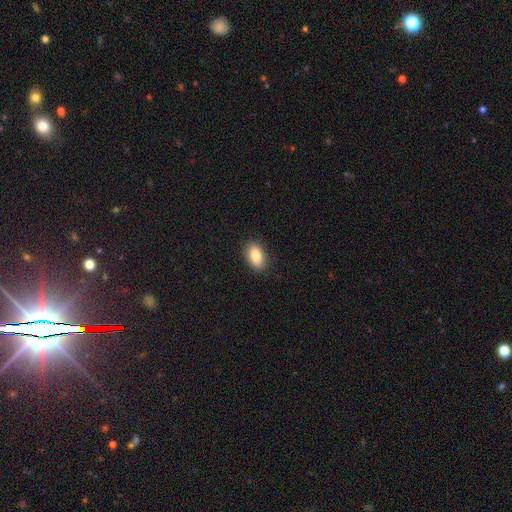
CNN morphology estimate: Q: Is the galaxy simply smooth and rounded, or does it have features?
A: smooth — 85%.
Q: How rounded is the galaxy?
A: in between — 90%.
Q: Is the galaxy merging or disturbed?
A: none — 89%.